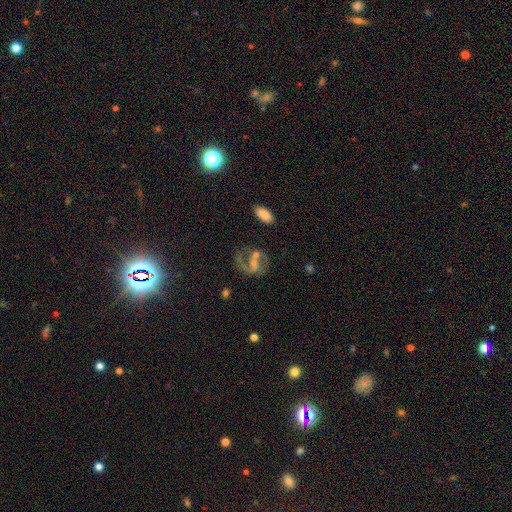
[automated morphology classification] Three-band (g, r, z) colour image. It shows a featured or disk galaxy (77%) with a weak bar (41%), 2 (82%) medium (50%) spiral arms (88%) and a small central bulge (49%). Merging: none (55%).